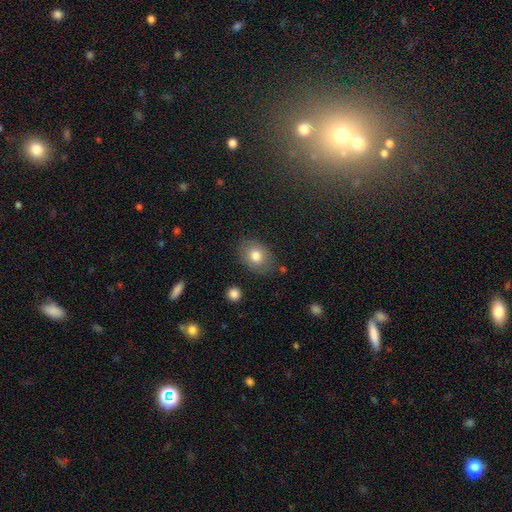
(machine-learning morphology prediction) A smooth galaxy with no disk features (78%) that is in between round and cigar-shaped (67%).

Vote fractions:
- Smooth or featured? smooth: 78% / featured or disk: 13% / star or artifact: 9%
- How rounded? in between: 67% / round: 32% / cigar-shaped: 1%
- Merging? none: 80% / minor disturbance: 13% / major disturbance: 4% / merger: 3%